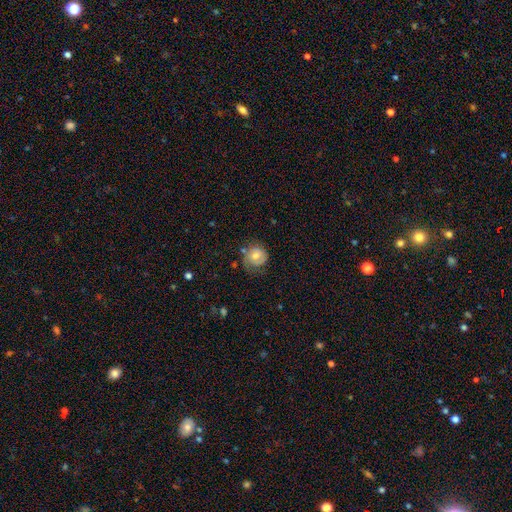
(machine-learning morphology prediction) This appears to be a smooth galaxy with no disk features (51%) that is round (84%). Merging: none (61%).